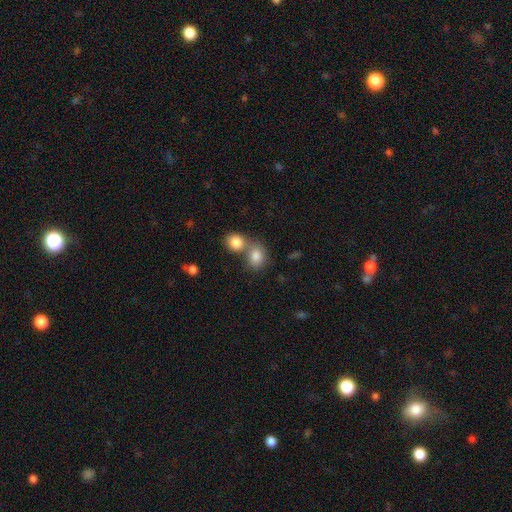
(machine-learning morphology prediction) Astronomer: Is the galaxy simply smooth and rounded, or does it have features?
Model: smooth — 83%.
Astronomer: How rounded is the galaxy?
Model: round — 53% (runner-up: in between, 45%).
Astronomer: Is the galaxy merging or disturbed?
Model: merger — 52% (runner-up: none, 37%).